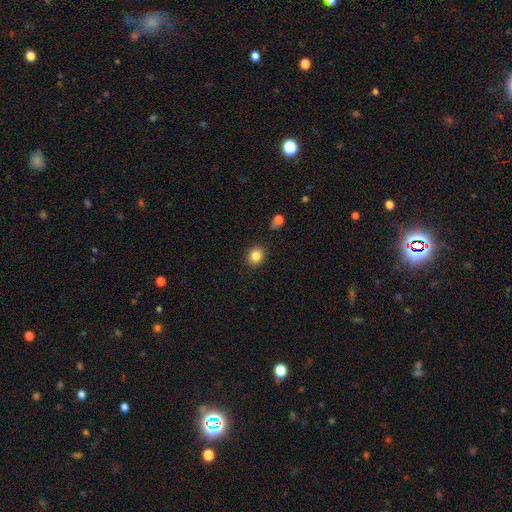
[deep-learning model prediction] This appears to be a smooth galaxy with no disk features (84%) that is round (71%). Merging: none (88%).